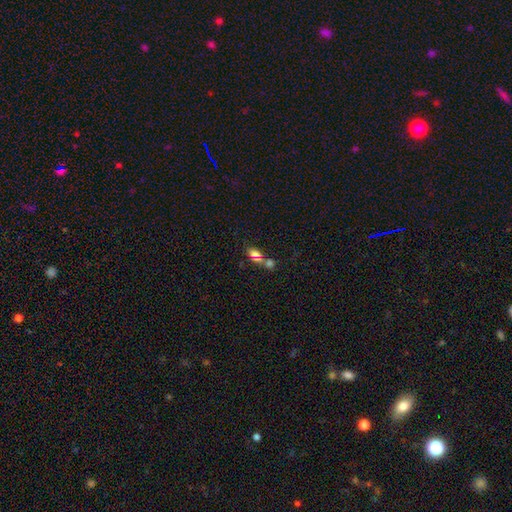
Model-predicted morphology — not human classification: A smooth galaxy with no disk features (60%) that is in between round and cigar-shaped (73%).

Vote fractions:
- Smooth or featured? smooth: 60% / star or artifact: 26% / featured or disk: 13%
- How rounded? in between: 73% / round: 18% / cigar-shaped: 9%
- Merging? none: 47% / merger: 34% / minor disturbance: 12% / major disturbance: 7%